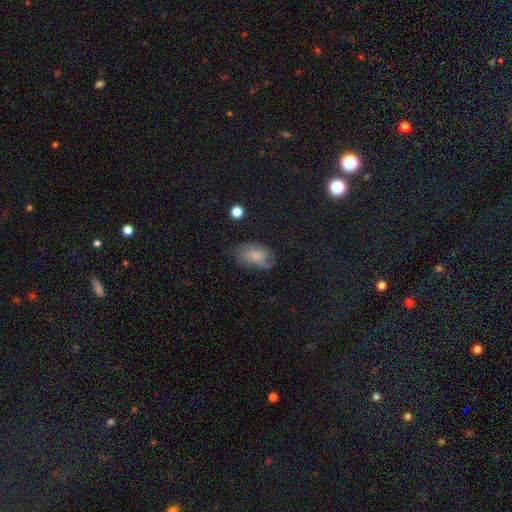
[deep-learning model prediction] A smooth galaxy with no disk features (62%) that is in between round and cigar-shaped (90%). Merging: none (56%).